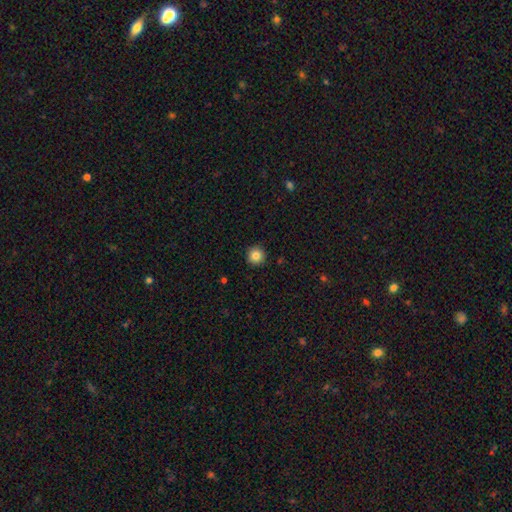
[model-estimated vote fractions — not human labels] smooth-or-featured: smooth: 84% | star or artifact: 10% | featured or disk: 6%
  how-rounded: round: 96% | in between: 3% | cigar-shaped: 1%
  merging: none: 93% | minor disturbance: 5% | major disturbance: 2% | merger: 1%